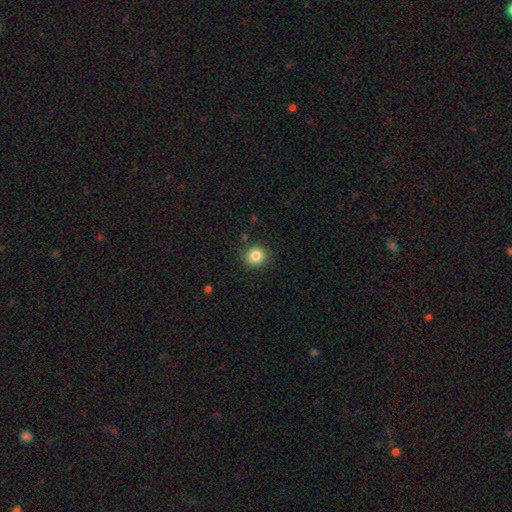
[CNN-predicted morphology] smooth-or-featured: smooth: 84% | star or artifact: 10% | featured or disk: 6%
  how-rounded: round: 83% | in between: 16% | cigar-shaped: 1%
  merging: none: 88% | minor disturbance: 8% | major disturbance: 2% | merger: 2%